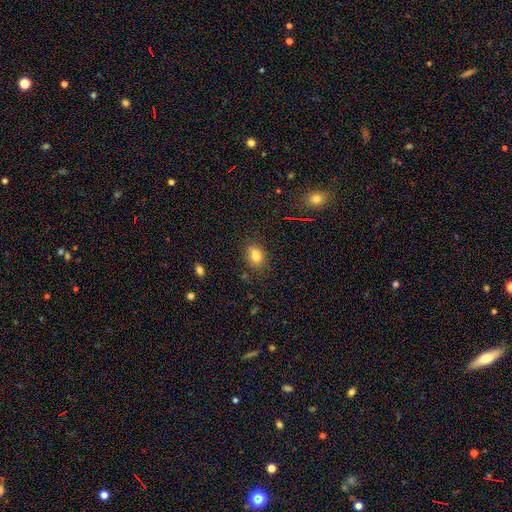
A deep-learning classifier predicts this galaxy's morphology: Smooth or featured?
  - smooth: 79% *
  - star or artifact: 13%
  - featured or disk: 9%
How rounded?
  - in between: 61% *
  - round: 37%
  - cigar-shaped: 1%
Merging?
  - none: 74% *
  - minor disturbance: 16%
  - merger: 6%
  - major disturbance: 4%